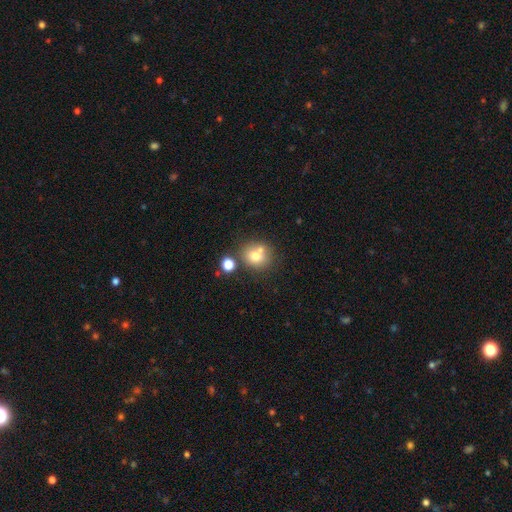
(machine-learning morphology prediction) This appears to be a smooth galaxy with no disk features (72%) that is round (81%). Merging: none (56%).